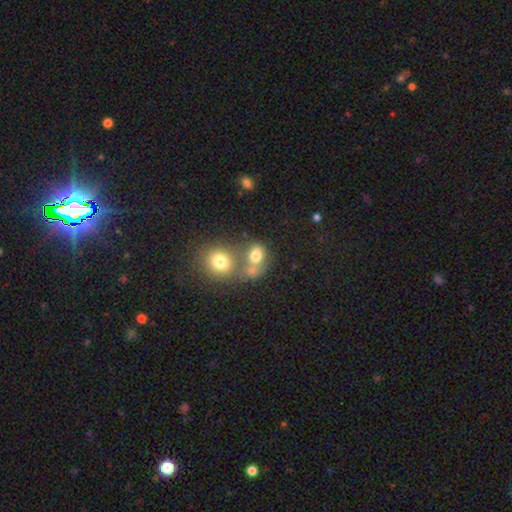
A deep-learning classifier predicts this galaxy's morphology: Smooth or featured? smooth (74%)
How rounded? round (58%)
Merging? merger (48%)